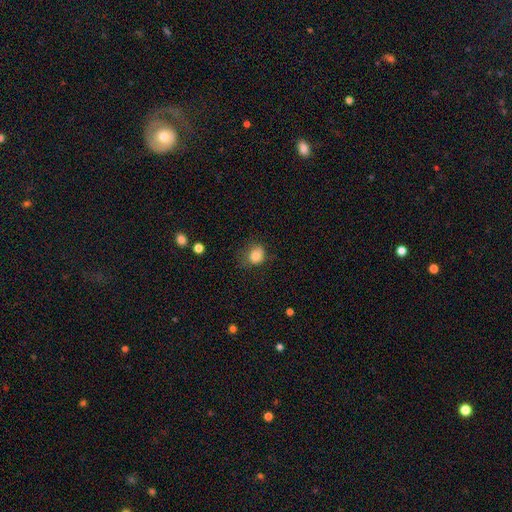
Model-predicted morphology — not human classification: Smooth or featured: smooth — 84% (star or artifact — 9%)
How rounded: round — 59% (in between — 40%)
Merging: none — 50% (minor disturbance — 32%)